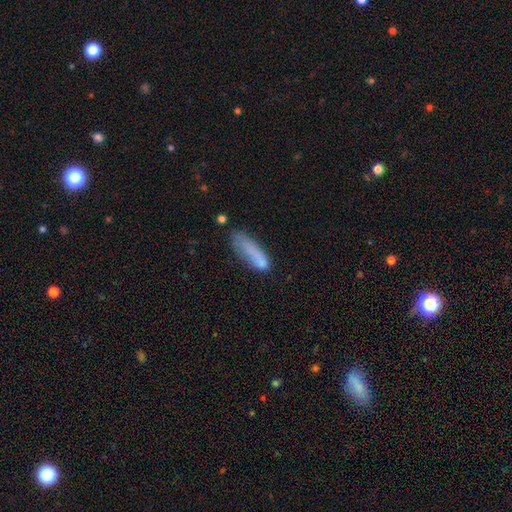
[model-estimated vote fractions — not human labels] smooth_or_featured: smooth (p=0.75) [alt: featured or disk p=0.16]
how_rounded: cigar-shaped (p=0.65) [alt: in between p=0.33]
merging: none (p=0.45) [alt: minor disturbance p=0.30]